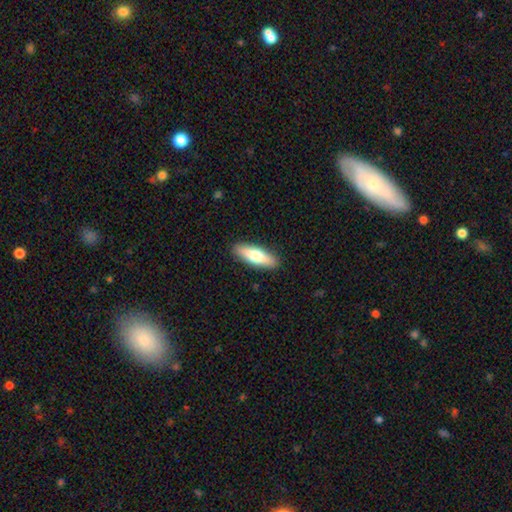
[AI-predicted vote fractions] This is likely a smooth galaxy (66%). How rounded: possibly cigar-shaped (50%). Merging: clearly none (90%).